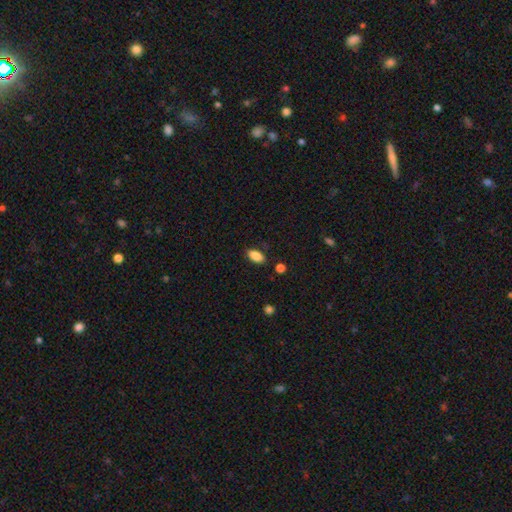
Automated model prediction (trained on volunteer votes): Smooth or featured? smooth (86%)
How rounded? in between (90%)
Merging? none (84%)